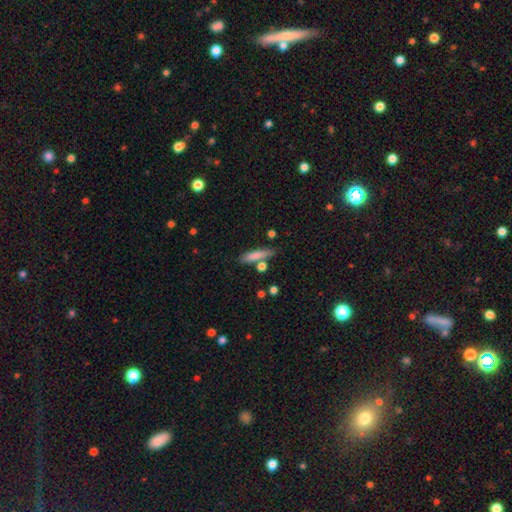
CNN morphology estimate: A smooth galaxy with no disk features (78%) that is cigar-shaped (76%).

Vote fractions:
- Smooth or featured? smooth: 78% / featured or disk: 15% / star or artifact: 7%
- How rounded? cigar-shaped: 76% / in between: 21% / round: 3%
- Merging? none: 70% / minor disturbance: 15% / merger: 11% / major disturbance: 4%